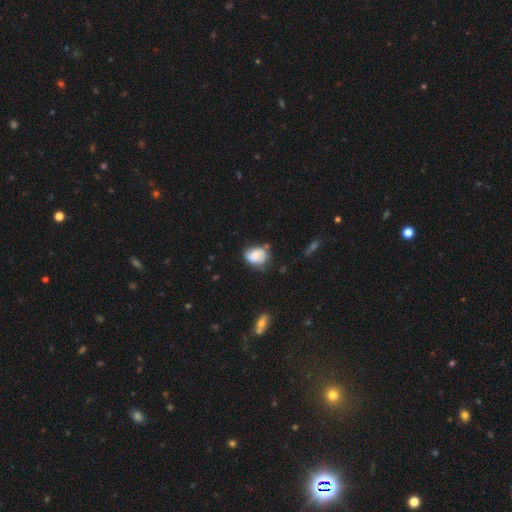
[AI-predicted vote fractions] Morphology: type=smooth (69%); roundness=in between (58%); merging=none (54%).